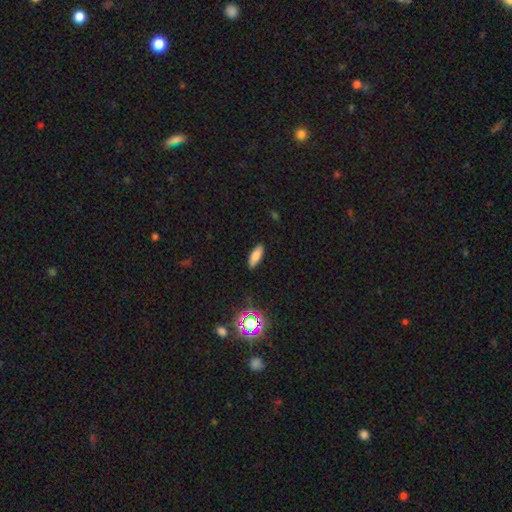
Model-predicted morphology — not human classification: Overall: smooth (79%). How rounded: in between (73%). Merging: none (88%).